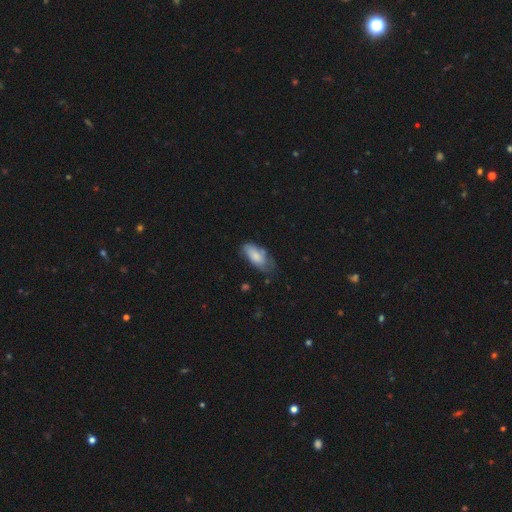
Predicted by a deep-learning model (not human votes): Smooth or featured?
  - smooth: 73% *
  - featured or disk: 20%
  - star or artifact: 7%
How rounded?
  - in between: 87% *
  - cigar-shaped: 11%
  - round: 2%
Merging?
  - none: 49% *
  - minor disturbance: 36%
  - major disturbance: 12%
  - merger: 3%